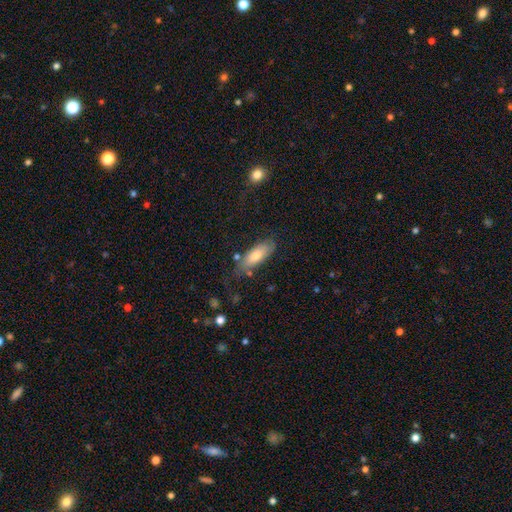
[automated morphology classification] The model was most divided on "merging": none: 65%, minor disturbance: 23%, major disturbance: 8%, merger: 4%. More confident: how rounded — in between (72%); smooth or featured — smooth (71%).